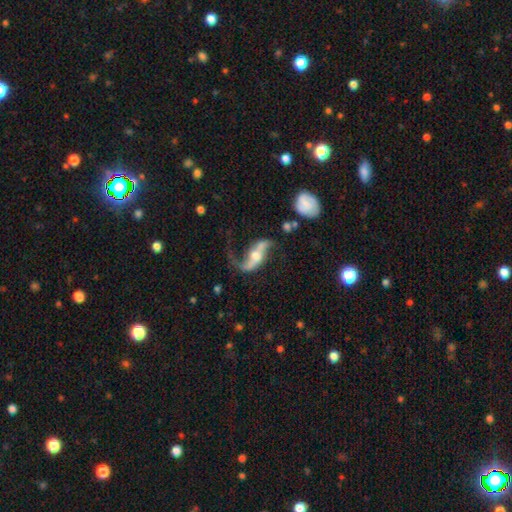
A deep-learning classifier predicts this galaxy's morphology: Smooth or featured: featured or disk — 86% (smooth — 8%)
Edge-on disk: no — 93% (yes — 7%)
Bar: weak — 34% (no — 33%)
Spiral arms: yes — 94% (no — 6%)
Spiral winding: loose — 83% (medium — 14%)
Spiral arm count: 2 — 88% (1 — 7%)
Bulge size: moderate — 56% (small — 25%)
Merging: none — 53% (major disturbance — 22%)